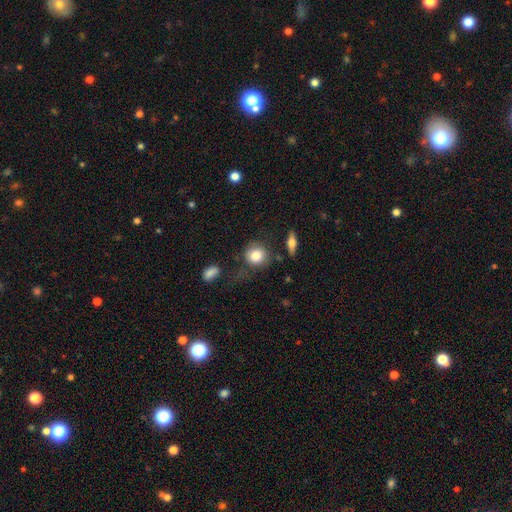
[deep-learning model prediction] Smooth or featured? smooth (82%)
How rounded? round (76%)
Merging? none (64%)